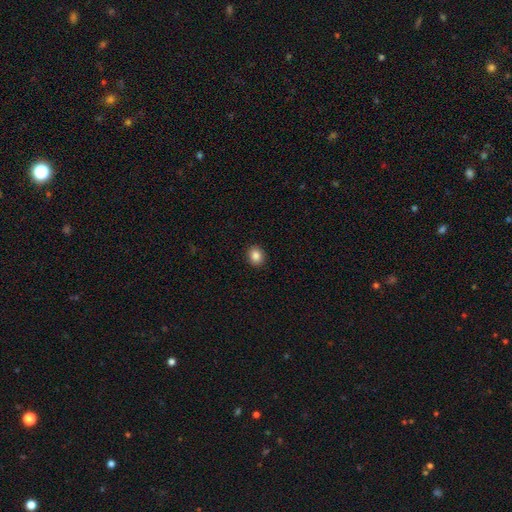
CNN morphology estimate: A smooth galaxy with no disk features (85%) that is round (68%).

Vote fractions:
- Smooth or featured? smooth: 85% / star or artifact: 10% / featured or disk: 5%
- How rounded? round: 68% / in between: 31% / cigar-shaped: 1%
- Merging? none: 92% / minor disturbance: 6% / major disturbance: 2% / merger: 1%